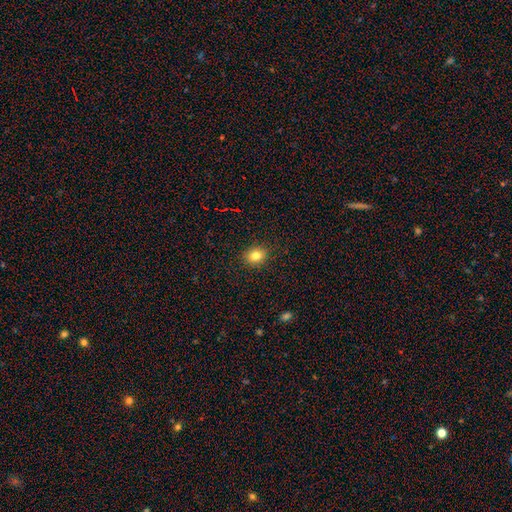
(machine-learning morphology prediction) Q: Smooth or featured?
A: smooth (81%); runner-up: star or artifact (11%)
Q: How rounded?
A: round (59%); runner-up: in between (40%)
Q: Merging?
A: none (90%); runner-up: minor disturbance (7%)